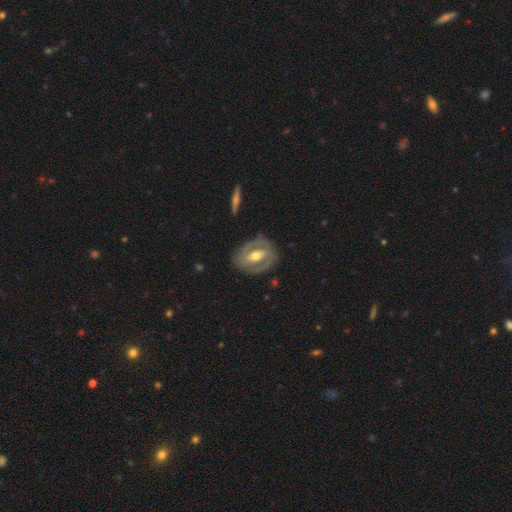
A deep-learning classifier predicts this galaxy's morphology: Smooth or featured: featured or disk — 78% (smooth — 18%)
Edge-on disk: no — 94% (yes — 6%)
Bar: strong — 46% (weak — 35%)
Spiral arms: yes — 67% (no — 33%)
Bulge size: moderate — 70% (small — 22%)
Merging: none — 81% (minor disturbance — 13%)